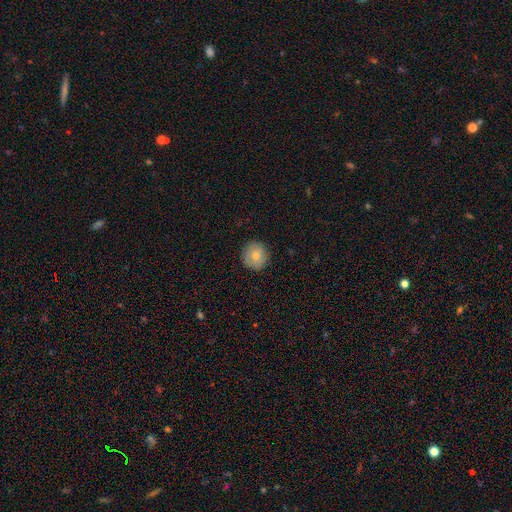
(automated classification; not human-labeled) A smooth galaxy with no disk features (75%) that is round (94%).

Vote fractions:
- Smooth or featured? smooth: 75% / featured or disk: 17% / star or artifact: 8%
- How rounded? round: 94% / in between: 5% / cigar-shaped: 1%
- Merging? none: 89% / minor disturbance: 8% / major disturbance: 2% / merger: 1%